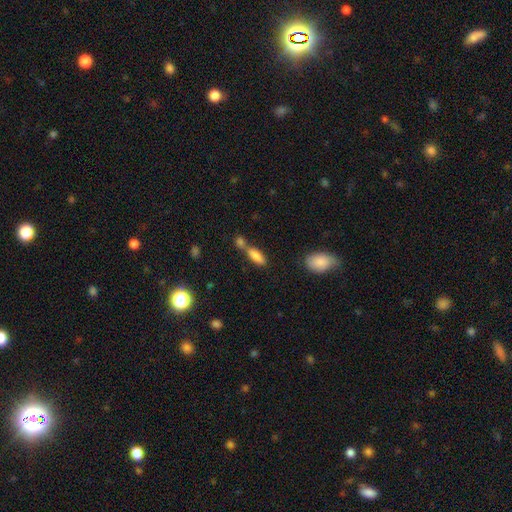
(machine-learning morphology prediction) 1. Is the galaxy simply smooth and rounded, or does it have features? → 82% smooth, 10% featured or disk, 9% star or artifact.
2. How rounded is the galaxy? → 61% in between, 37% cigar-shaped, 3% round.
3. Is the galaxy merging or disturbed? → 43% merger, 40% none, 13% minor disturbance, 5% major disturbance.